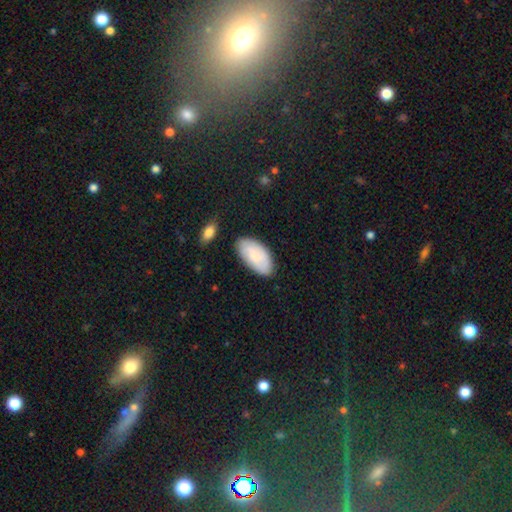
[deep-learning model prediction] smooth 71%, featured or disk 22%, star or artifact 6%. Down the decision tree: how rounded — in between (94%); merging — none (80%).